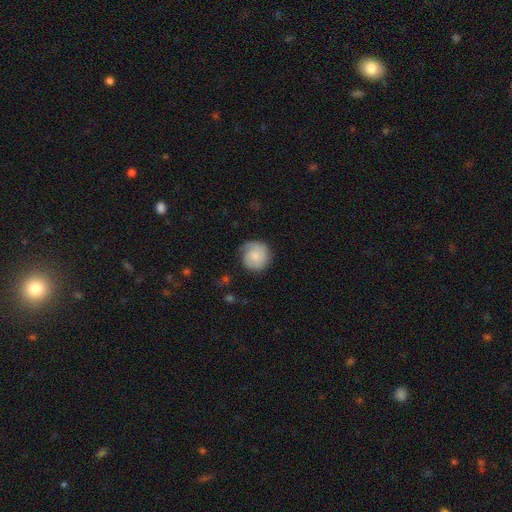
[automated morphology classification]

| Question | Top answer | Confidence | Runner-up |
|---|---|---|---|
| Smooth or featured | smooth | 63% | featured or disk (31%) |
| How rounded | round | 90% | in between (9%) |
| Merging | none | 63% | minor disturbance (25%) |